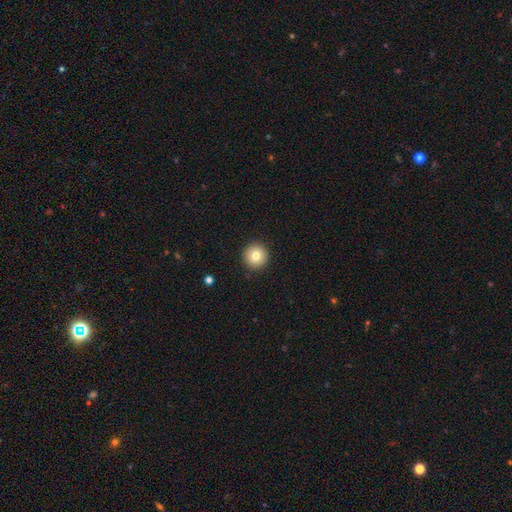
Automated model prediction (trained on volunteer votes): Morphology: type=smooth (79%); roundness=round (96%); merging=none (93%).